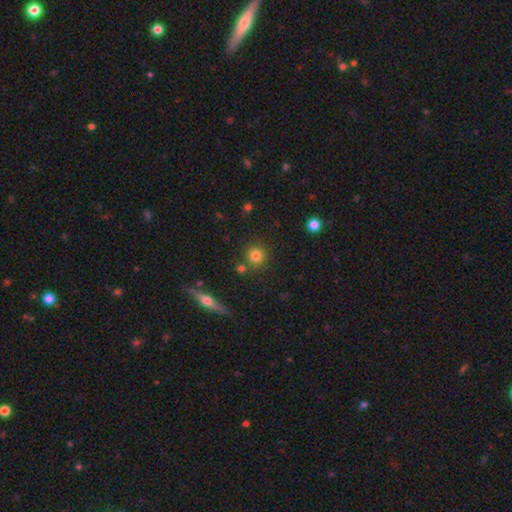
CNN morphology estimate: smooth-or-featured: smooth: 79% | star or artifact: 12% | featured or disk: 8%
  how-rounded: round: 92% | in between: 7% | cigar-shaped: 1%
  merging: none: 81% | minor disturbance: 8% | merger: 8% | major disturbance: 3%